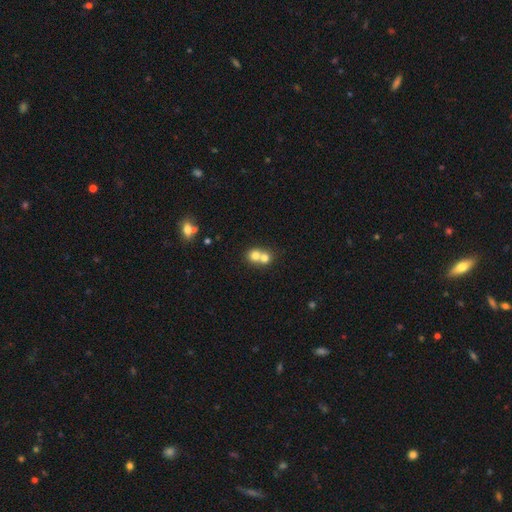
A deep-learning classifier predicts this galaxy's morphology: Smooth or featured? smooth (73%)
How rounded? round (80%)
Merging? merger (65%)